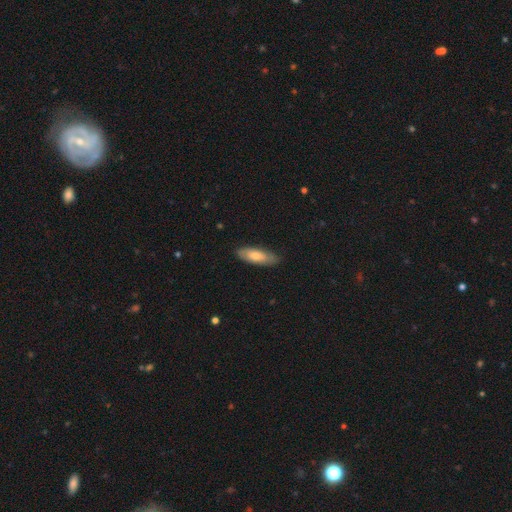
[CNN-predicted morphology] The model was most divided on "how rounded": in between: 64%, cigar-shaped: 34%, round: 2%. More confident: merging — none (80%); smooth or featured — smooth (72%).